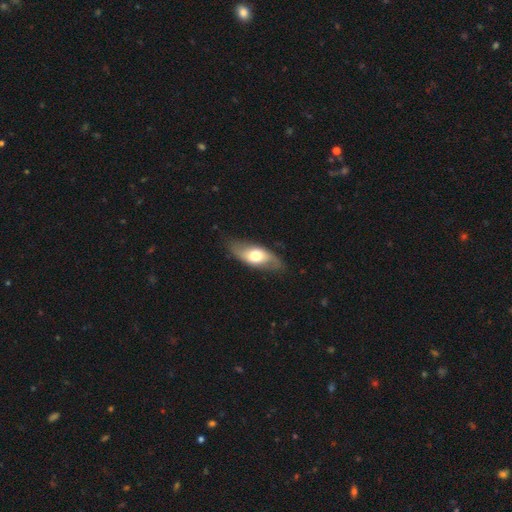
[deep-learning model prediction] Smooth or featured: smooth — 48% (featured or disk — 47%)
Merging: none — 79% (minor disturbance — 16%)